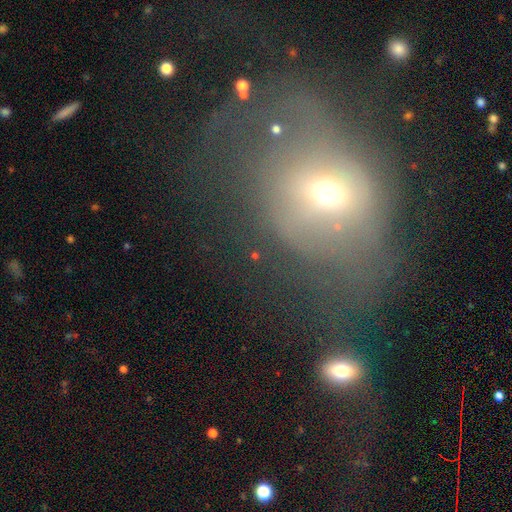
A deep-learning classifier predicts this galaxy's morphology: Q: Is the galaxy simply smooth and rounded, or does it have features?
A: star or artifact — 41%.